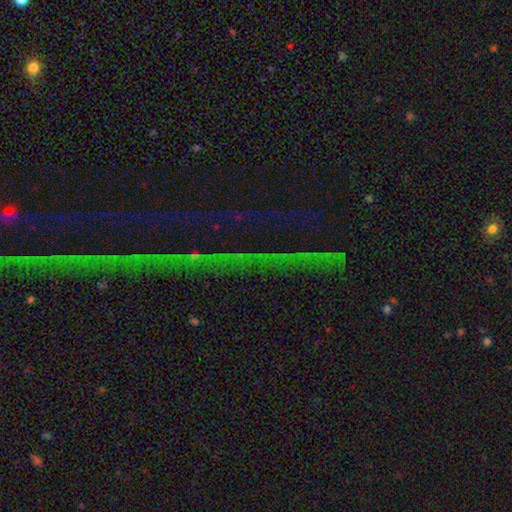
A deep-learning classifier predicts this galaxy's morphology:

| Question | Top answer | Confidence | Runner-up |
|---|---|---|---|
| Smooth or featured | star or artifact | 74% | smooth (13%) |